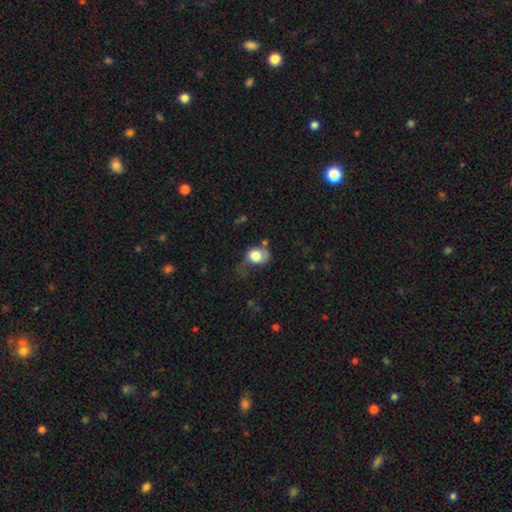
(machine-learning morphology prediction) This appears to be a smooth galaxy with no disk features (76%) that is round (50%). Merging: minor disturbance (34%).